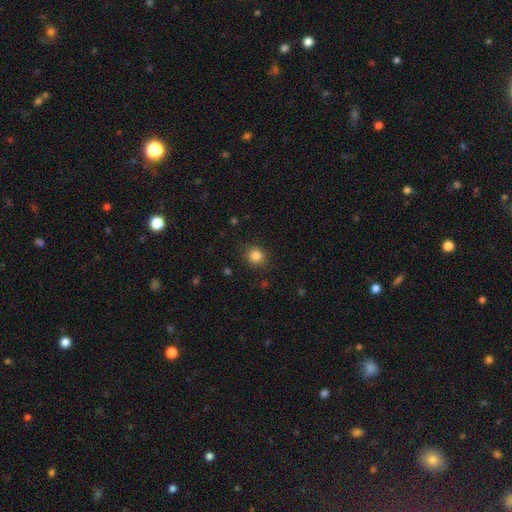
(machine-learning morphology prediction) A smooth galaxy with no disk features (84%) that is round (80%). Merging: none (87%).